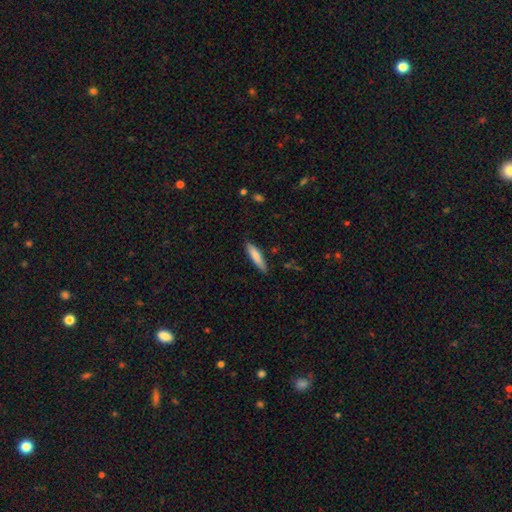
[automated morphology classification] Smooth or featured? smooth (81%)
How rounded? cigar-shaped (81%)
Merging? none (85%)